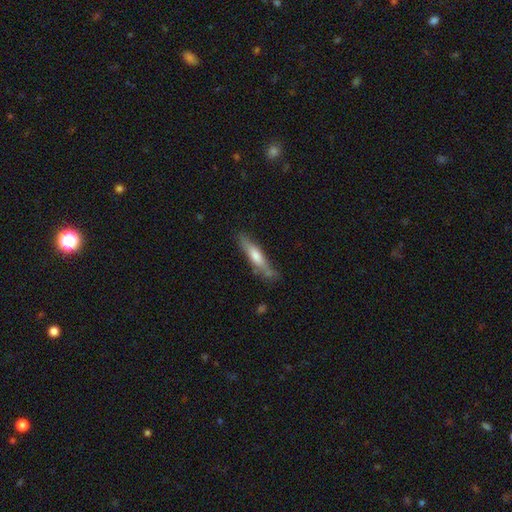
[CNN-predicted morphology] A smooth galaxy with no disk features (55%) that is cigar-shaped (86%).

Vote fractions:
- Smooth or featured? smooth: 55% / featured or disk: 39% / star or artifact: 6%
- How rounded? cigar-shaped: 86% / in between: 13% / round: 1%
- Merging? none: 73% / minor disturbance: 19% / merger: 5% / major disturbance: 4%